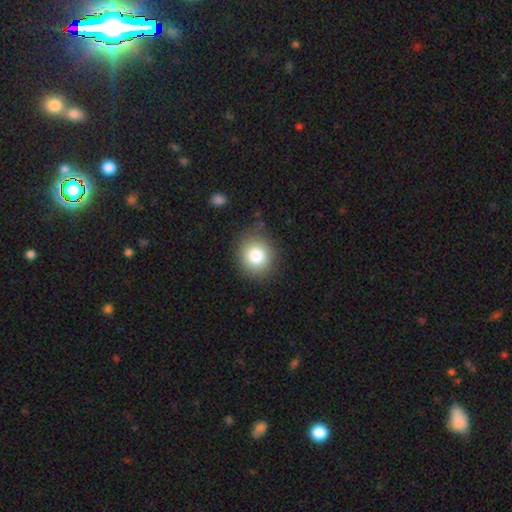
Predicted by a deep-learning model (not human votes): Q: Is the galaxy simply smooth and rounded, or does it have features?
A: smooth — 82%.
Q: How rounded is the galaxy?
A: round — 78%.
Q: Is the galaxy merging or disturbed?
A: none — 82%.